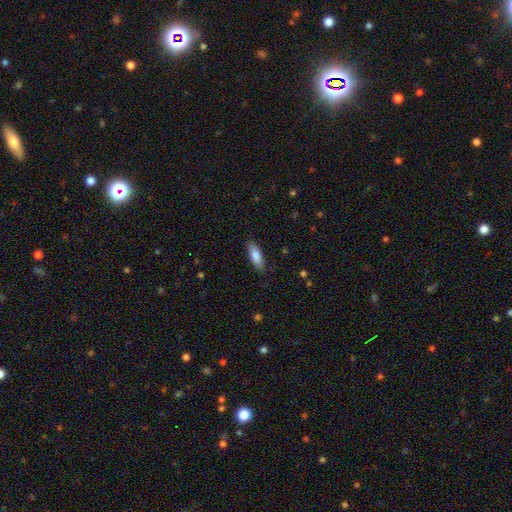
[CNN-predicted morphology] Smooth or featured? smooth (85%)
How rounded? in between (61%)
Merging? none (86%)